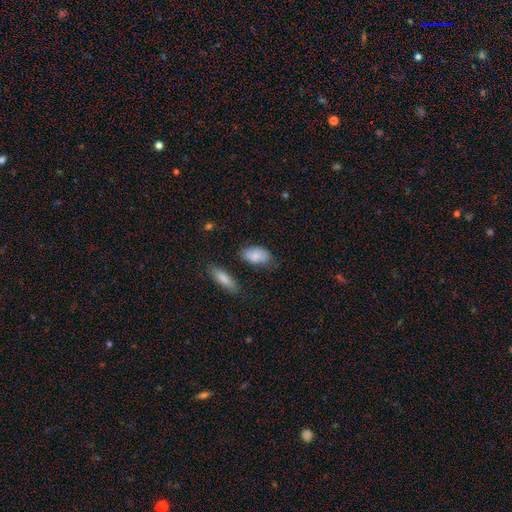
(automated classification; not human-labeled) The model was most divided on "merging": none: 67%, minor disturbance: 23%, major disturbance: 5%, merger: 5%. More confident: how rounded — in between (92%); smooth or featured — smooth (80%).